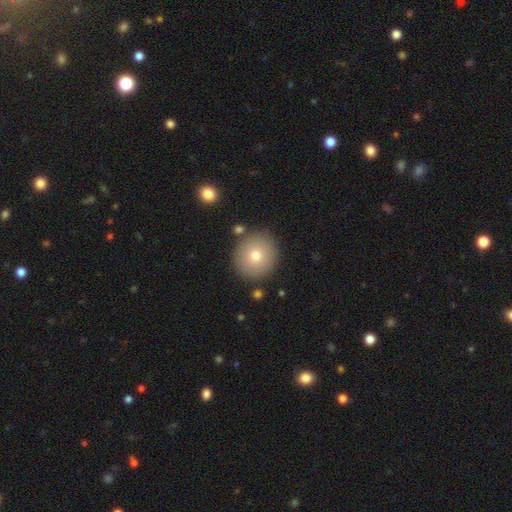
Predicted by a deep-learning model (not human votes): Q: Smooth or featured?
A: smooth (74%); runner-up: featured or disk (15%)
Q: How rounded?
A: round (89%); runner-up: in between (10%)
Q: Merging?
A: none (86%); runner-up: minor disturbance (8%)